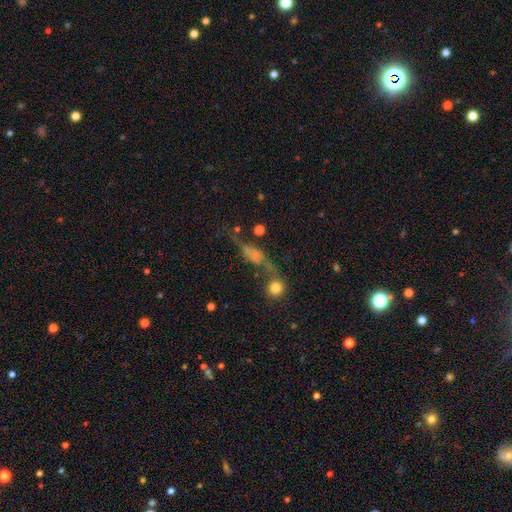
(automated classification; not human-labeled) This appears to be a featured or disk galaxy (49%). Merging: none (35%).